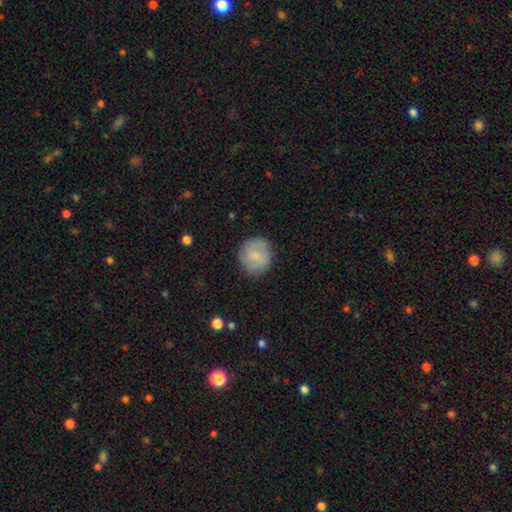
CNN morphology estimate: type=smooth (74%); roundness=round (90%); merging=none (83%).